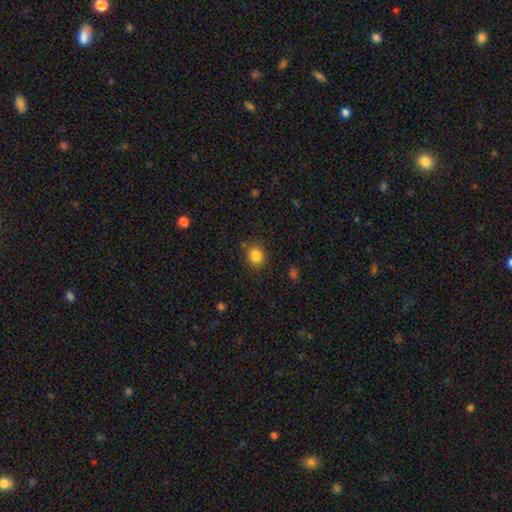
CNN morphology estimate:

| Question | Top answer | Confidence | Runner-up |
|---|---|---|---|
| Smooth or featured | smooth | 85% | star or artifact (11%) |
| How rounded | round | 70% | in between (29%) |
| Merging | none | 84% | minor disturbance (10%) |